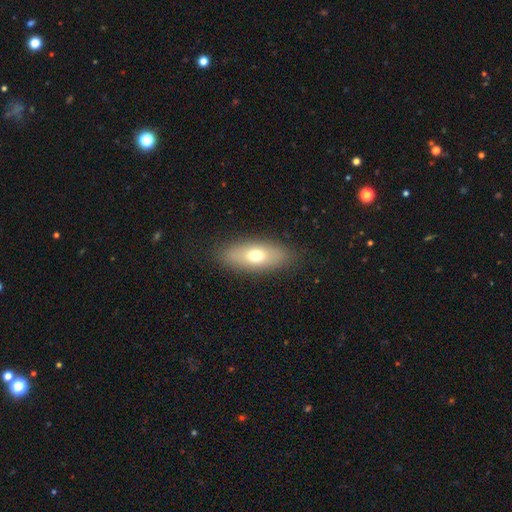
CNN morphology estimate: Smooth or featured? smooth (68%)
How rounded? in between (76%)
Merging? none (86%)